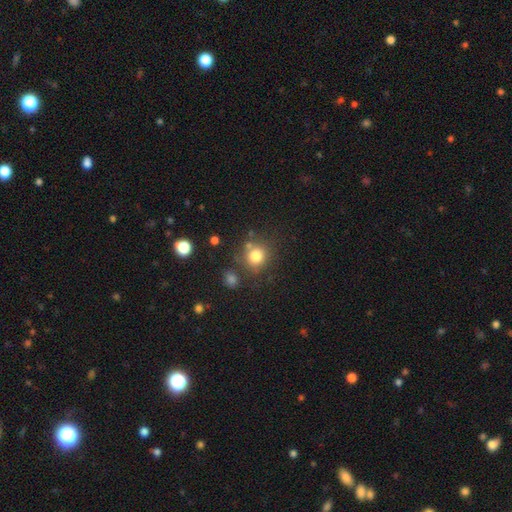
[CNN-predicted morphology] Smooth or featured? smooth (79%)
How rounded? round (87%)
Merging? none (72%)